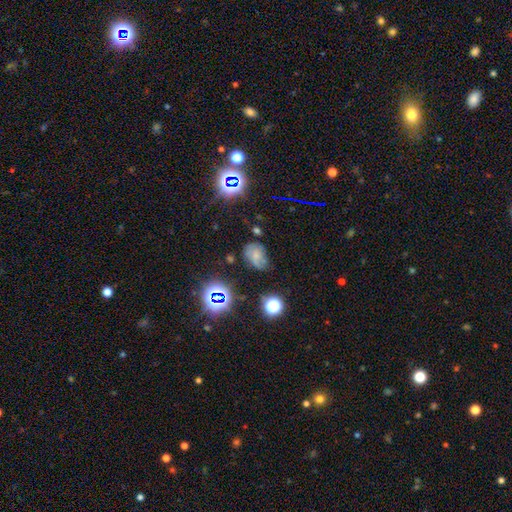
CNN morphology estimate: smooth-or-featured: smooth: 47% | featured or disk: 27% | star or artifact: 25%
  merging: none: 48% | minor disturbance: 31% | major disturbance: 15% | merger: 6%